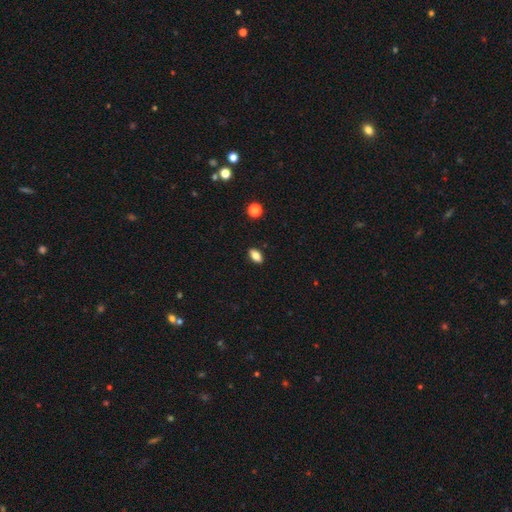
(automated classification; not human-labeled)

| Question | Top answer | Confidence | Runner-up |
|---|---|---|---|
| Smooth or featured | smooth | 82% | star or artifact (9%) |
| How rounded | in between | 89% | round (6%) |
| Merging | none | 90% | minor disturbance (7%) |